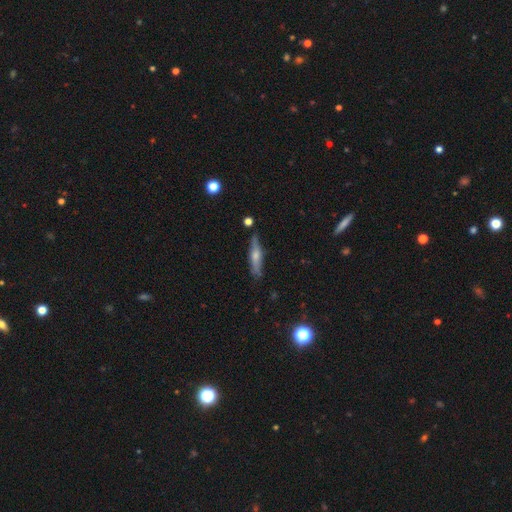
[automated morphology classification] type=smooth (48%); merging=none (78%).